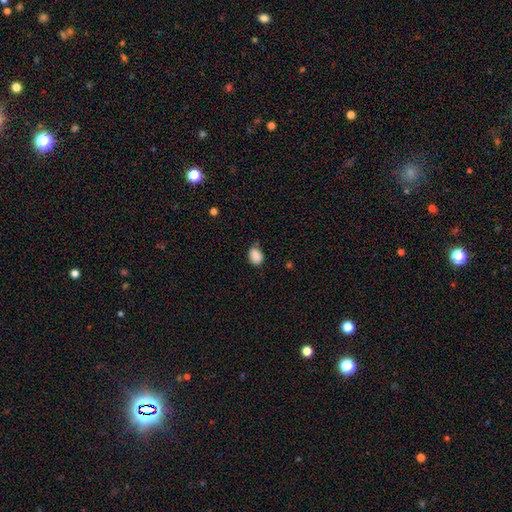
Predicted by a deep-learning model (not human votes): smooth-or-featured: smooth: 88% | star or artifact: 8% | featured or disk: 4%
  how-rounded: in between: 70% | round: 29% | cigar-shaped: 1%
  merging: none: 72% | minor disturbance: 22% | major disturbance: 4% | merger: 2%